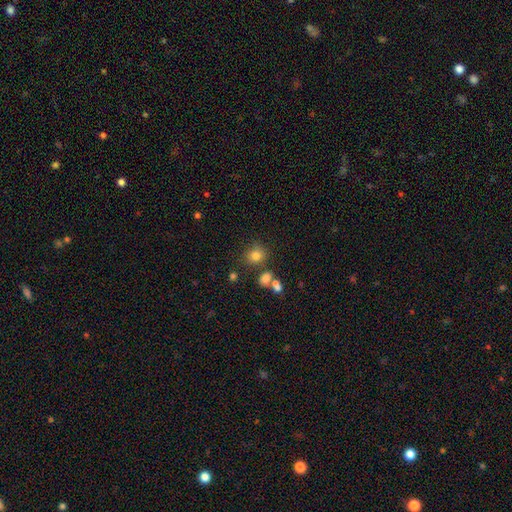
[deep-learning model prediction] This is likely a smooth galaxy (79%). How rounded: likely round (72%). Merging: likely none (69%).